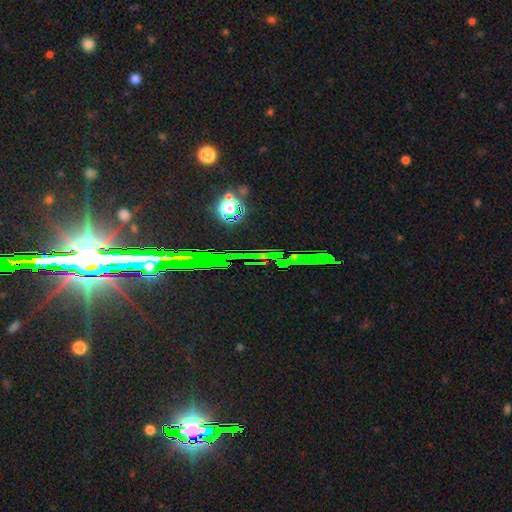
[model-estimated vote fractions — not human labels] smooth-or-featured: star or artifact: 80% | featured or disk: 10% | smooth: 10%